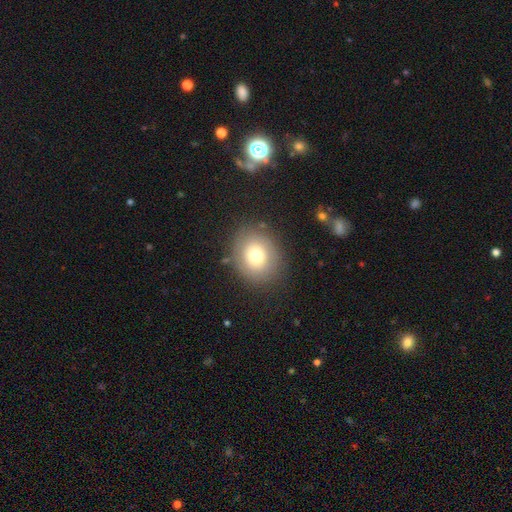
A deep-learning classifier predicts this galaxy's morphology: Smooth or featured? smooth (70%)
How rounded? round (69%)
Merging? none (82%)